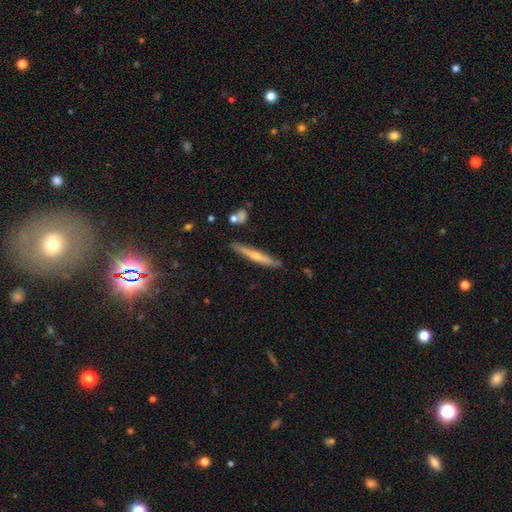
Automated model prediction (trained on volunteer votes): smooth-or-featured: featured or disk: 59% | smooth: 34% | star or artifact: 7%
  disk-edge-on: yes: 96% | no: 4%
    edge-on-bulge: rounded: 71% | none: 25% | boxy: 4%
  merging: none: 87% | minor disturbance: 9% | merger: 2% | major disturbance: 2%